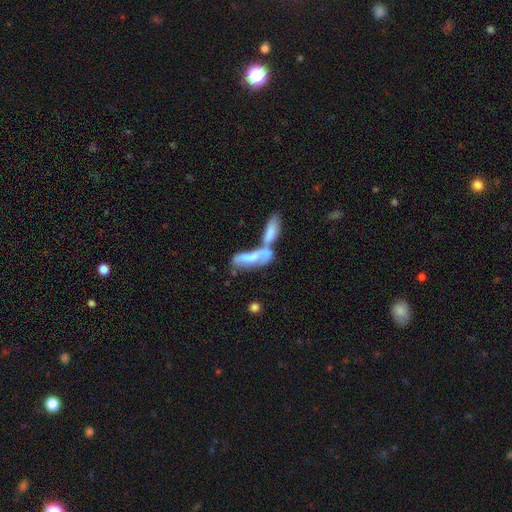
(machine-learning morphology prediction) Smooth or featured: smooth — 47% (featured or disk — 43%)
Merging: merger — 73% (none — 13%)